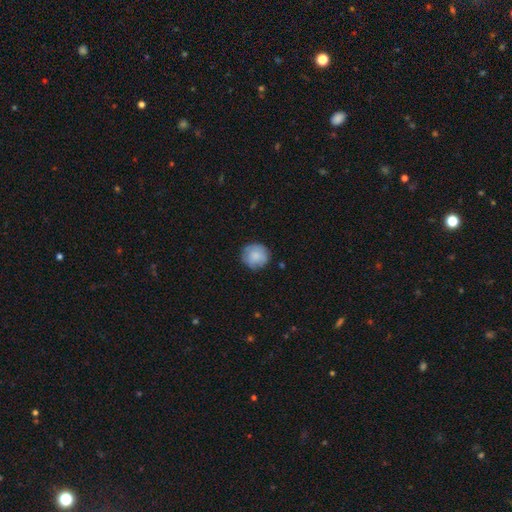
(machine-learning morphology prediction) This appears to be a smooth galaxy with no disk features (78%) that is round (92%). Merging: none (80%).